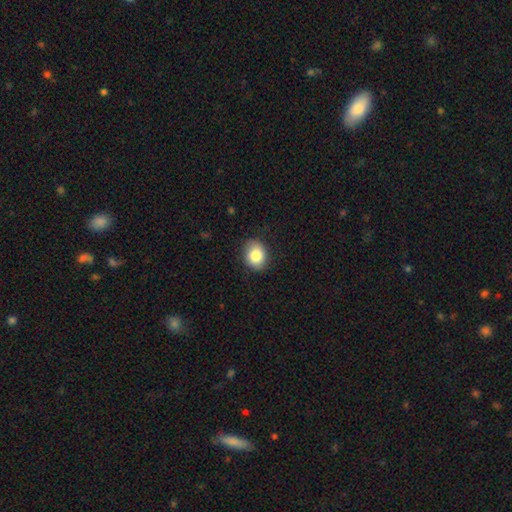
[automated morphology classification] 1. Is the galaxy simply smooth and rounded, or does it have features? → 83% smooth, 8% featured or disk, 8% star or artifact.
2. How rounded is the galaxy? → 55% round, 44% in between, 1% cigar-shaped.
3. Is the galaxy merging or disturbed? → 84% none, 12% minor disturbance, 3% major disturbance, 1% merger.